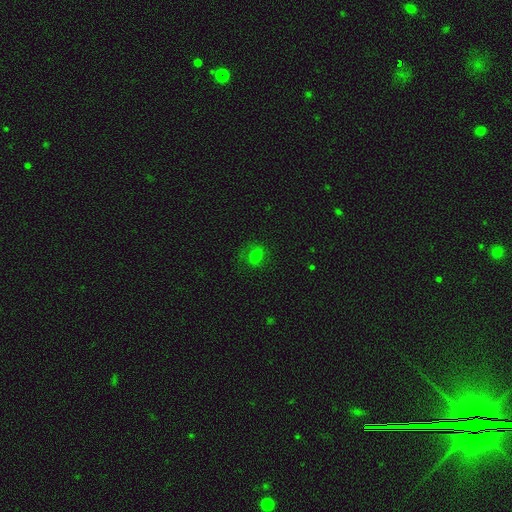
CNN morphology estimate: smooth_or_featured: smooth (p=0.69) [alt: star or artifact p=0.18]
how_rounded: round (p=0.51) [alt: in between p=0.48]
merging: none (p=0.72) [alt: minor disturbance p=0.18]